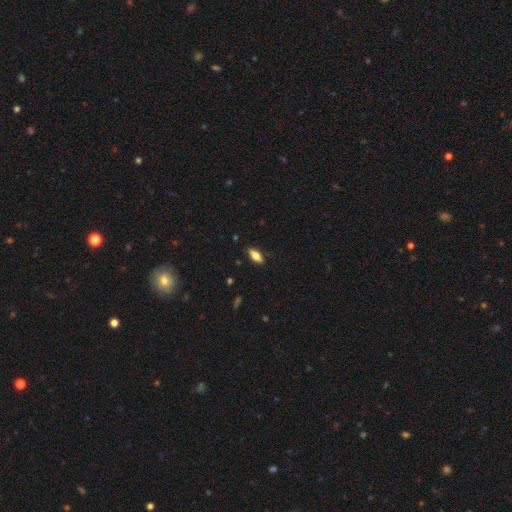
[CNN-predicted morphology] Smooth or featured?
  - smooth: 75% *
  - featured or disk: 17%
  - star or artifact: 7%
How rounded?
  - in between: 81% *
  - cigar-shaped: 16%
  - round: 2%
Merging?
  - none: 87% *
  - minor disturbance: 10%
  - major disturbance: 2%
  - merger: 1%